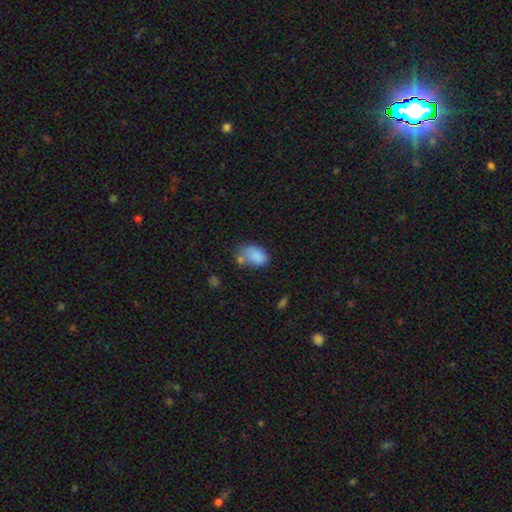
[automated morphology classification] Q: Smooth or featured?
A: smooth (82%); runner-up: star or artifact (9%)
Q: How rounded?
A: in between (85%); runner-up: round (13%)
Q: Merging?
A: none (46%); runner-up: minor disturbance (27%)